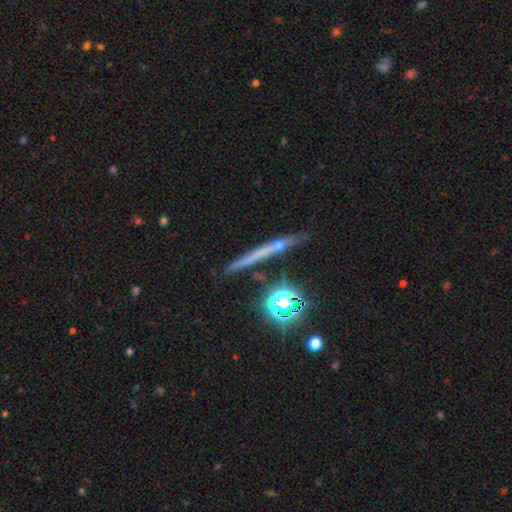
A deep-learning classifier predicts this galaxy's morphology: Smooth or featured? featured or disk (41%)
Merging? none (82%)